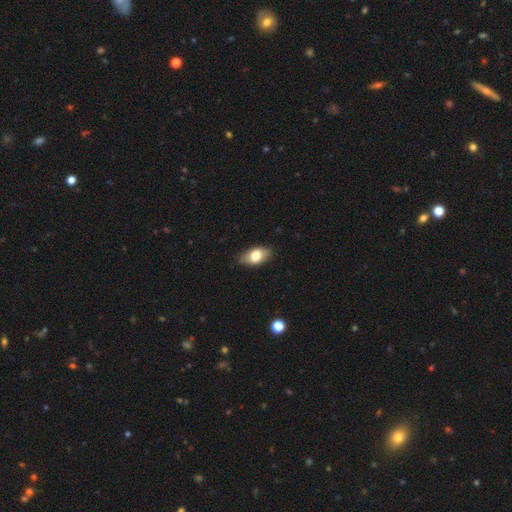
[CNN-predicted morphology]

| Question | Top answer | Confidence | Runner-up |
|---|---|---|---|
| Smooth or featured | smooth | 73% | featured or disk (20%) |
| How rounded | in between | 90% | round (7%) |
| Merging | none | 83% | minor disturbance (13%) |